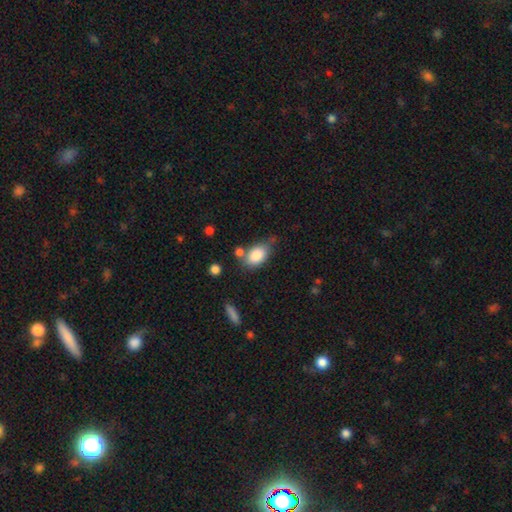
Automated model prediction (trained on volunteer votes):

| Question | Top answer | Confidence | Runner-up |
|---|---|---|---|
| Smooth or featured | smooth | 85% | star or artifact (8%) |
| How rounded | in between | 86% | round (12%) |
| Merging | none | 54% | minor disturbance (24%) |